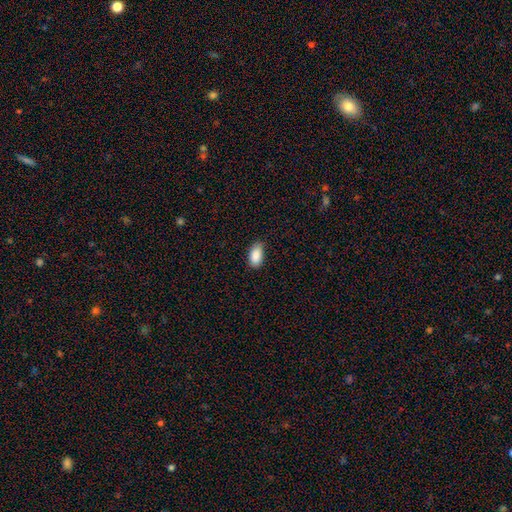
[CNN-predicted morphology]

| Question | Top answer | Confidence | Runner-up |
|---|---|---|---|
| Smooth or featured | smooth | 89% | star or artifact (7%) |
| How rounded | in between | 93% | cigar-shaped (4%) |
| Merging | none | 80% | minor disturbance (17%) |